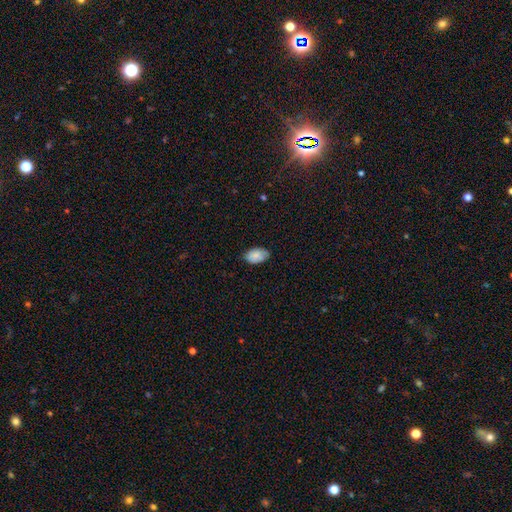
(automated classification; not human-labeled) Smooth or featured? Predicted: smooth (p=0.84). How rounded? Predicted: in between (p=0.92). Merging? Predicted: none (p=0.72).